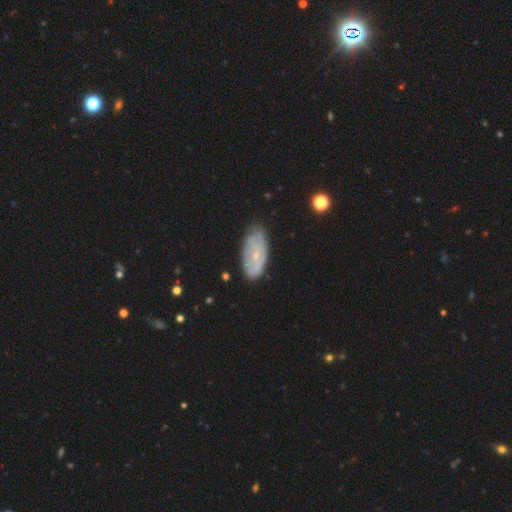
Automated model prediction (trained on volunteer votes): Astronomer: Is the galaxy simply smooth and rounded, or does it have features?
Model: featured or disk — 56% (runner-up: smooth, 37%).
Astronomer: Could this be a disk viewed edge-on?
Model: no — 90%.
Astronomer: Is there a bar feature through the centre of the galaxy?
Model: no — 73%.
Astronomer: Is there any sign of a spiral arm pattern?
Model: yes — 60% (runner-up: no, 40%).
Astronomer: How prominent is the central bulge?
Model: small — 75%.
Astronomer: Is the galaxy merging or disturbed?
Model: none — 69%.